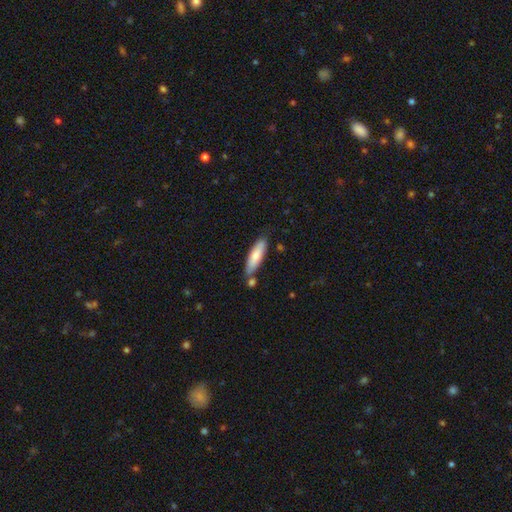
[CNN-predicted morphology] This appears to be a smooth galaxy with no disk features (76%) that is cigar-shaped (65%). Merging: none (74%).